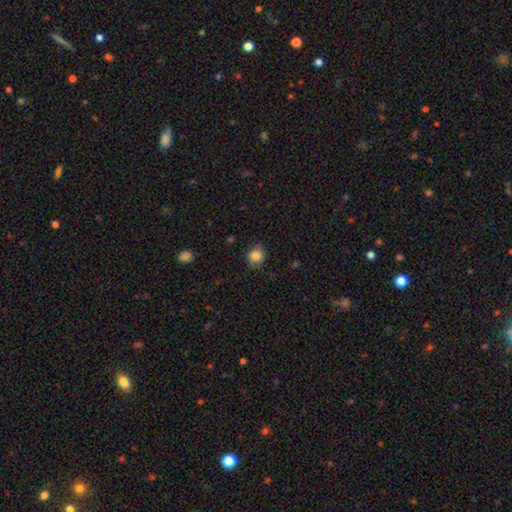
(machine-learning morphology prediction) smooth_or_featured: smooth (p=0.83) [alt: star or artifact p=0.11]
how_rounded: round (p=0.82) [alt: in between p=0.17]
merging: none (p=0.80) [alt: minor disturbance p=0.16]